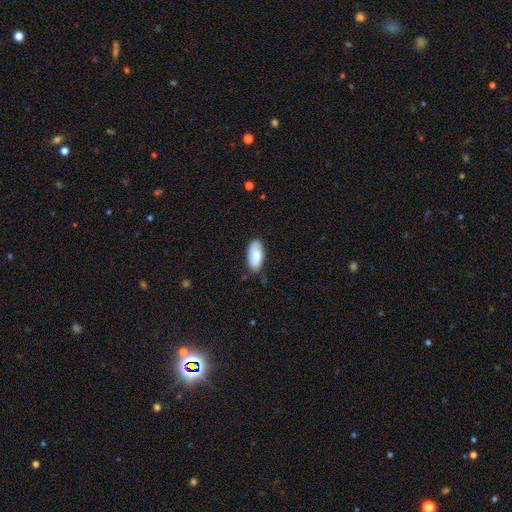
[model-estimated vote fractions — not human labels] Morphology: type=smooth (77%); roundness=in between (91%); merging=none (72%).